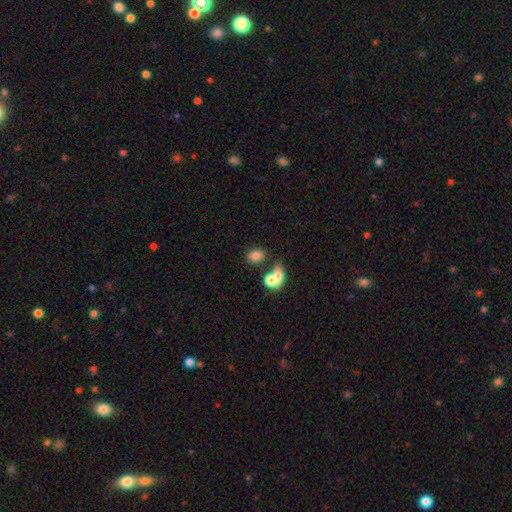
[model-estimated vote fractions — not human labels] This is likely a smooth galaxy (79%). How rounded: likely in between (62%). Merging: possibly none (58%).